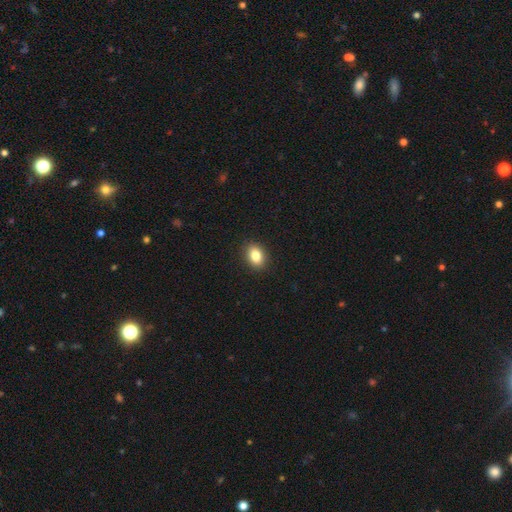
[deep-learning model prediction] smooth-or-featured: smooth: 84% | star or artifact: 9% | featured or disk: 7%
  how-rounded: in between: 73% | round: 26% | cigar-shaped: 1%
  merging: none: 90% | minor disturbance: 7% | major disturbance: 2% | merger: 1%